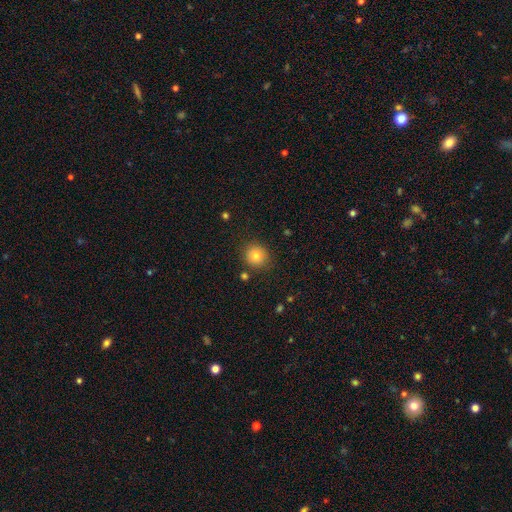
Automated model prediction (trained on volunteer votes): smooth_or_featured: smooth (p=0.82) [alt: star or artifact p=0.11]
how_rounded: round (p=0.89) [alt: in between p=0.10]
merging: none (p=0.86) [alt: minor disturbance p=0.09]